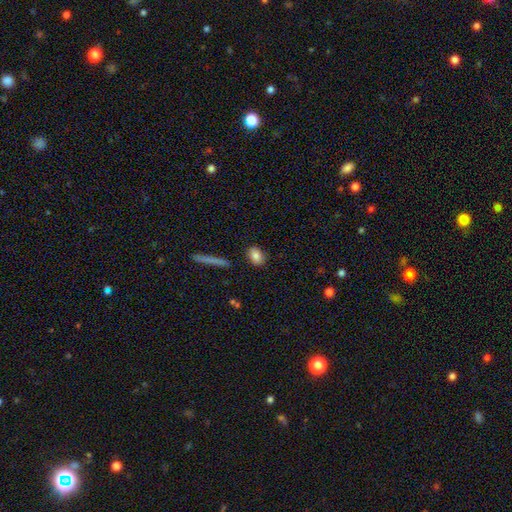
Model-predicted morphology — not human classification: A smooth galaxy with no disk features (84%) that is in between round and cigar-shaped (75%). Merging: none (87%).